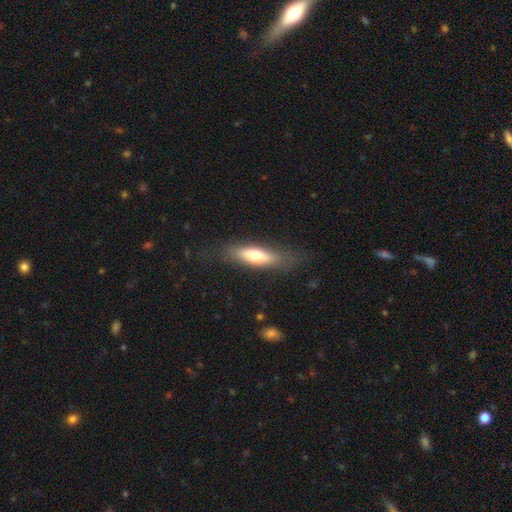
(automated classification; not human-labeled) Overall: smooth (60%; featured or disk 34%). How rounded: cigar-shaped (57%; in between 40%). Merging: none (76%).